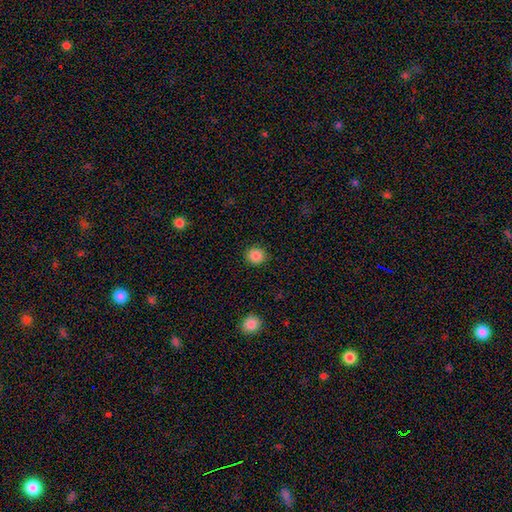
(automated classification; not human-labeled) The model was most divided on "smooth or featured": smooth: 87%, star or artifact: 10%, featured or disk: 4%. More confident: merging — none (90%); how rounded — round (89%).